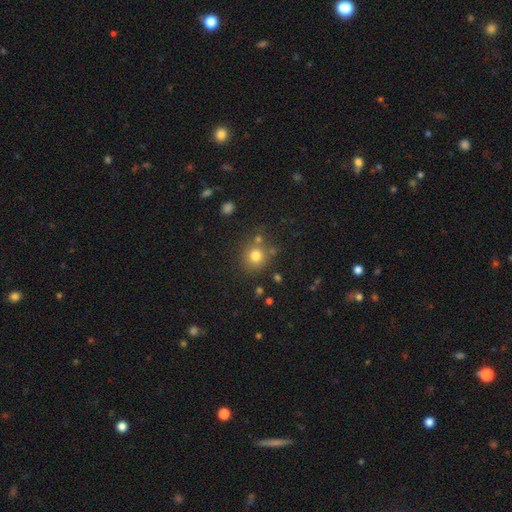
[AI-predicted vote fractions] Smooth or featured? smooth (77%)
How rounded? round (88%)
Merging? none (75%)